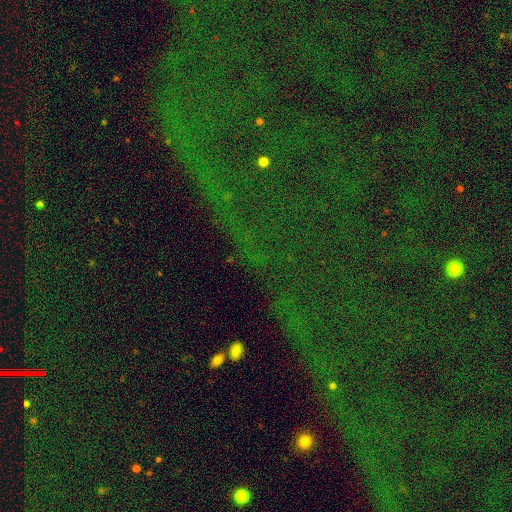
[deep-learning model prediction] This is likely a star or artifact rather than a galaxy (76%).